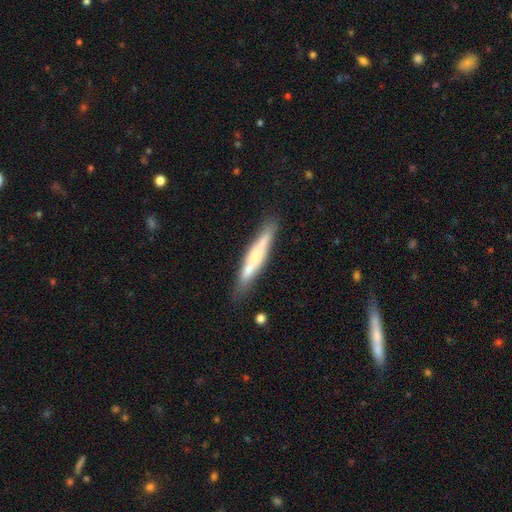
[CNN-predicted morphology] A smooth galaxy with no disk features (48%). Merging: none (76%).